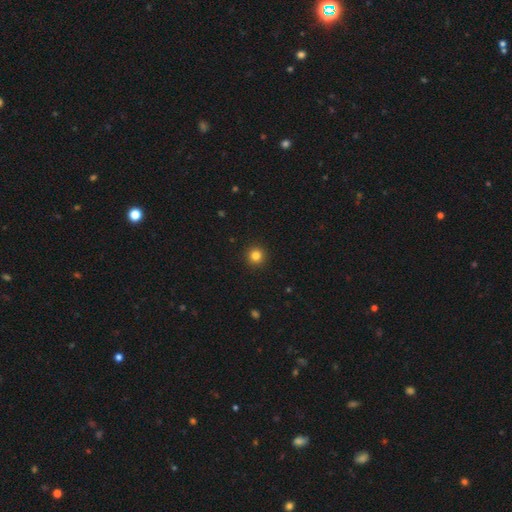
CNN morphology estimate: Smooth or featured? Predicted: smooth (p=0.83). How rounded? Predicted: round (p=0.95). Merging? Predicted: none (p=0.93).